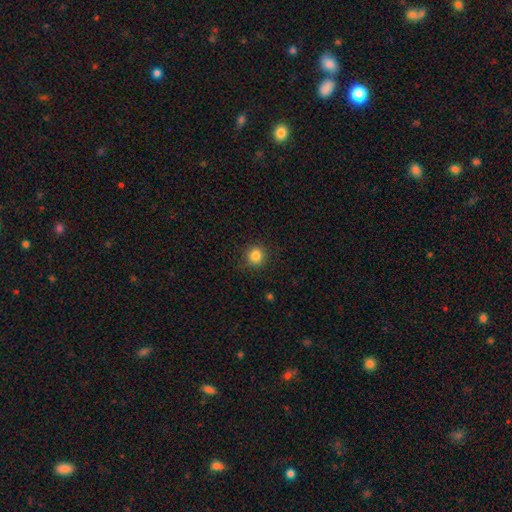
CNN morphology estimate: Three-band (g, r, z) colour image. It shows a smooth galaxy with no disk features (85%) that is round (92%). Merging: none (90%).